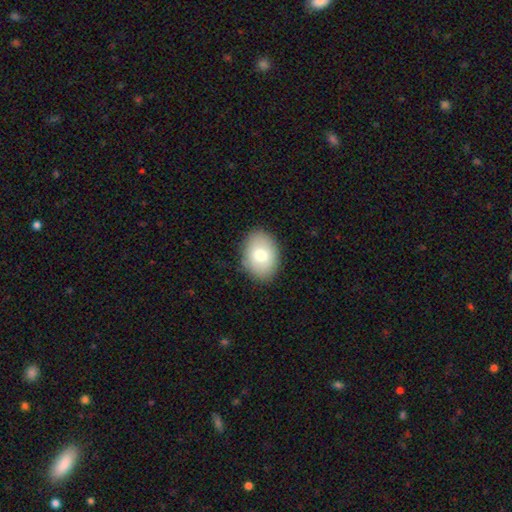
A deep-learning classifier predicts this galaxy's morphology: A smooth galaxy with no disk features (77%) that is in between round and cigar-shaped (77%). Merging: none (85%).